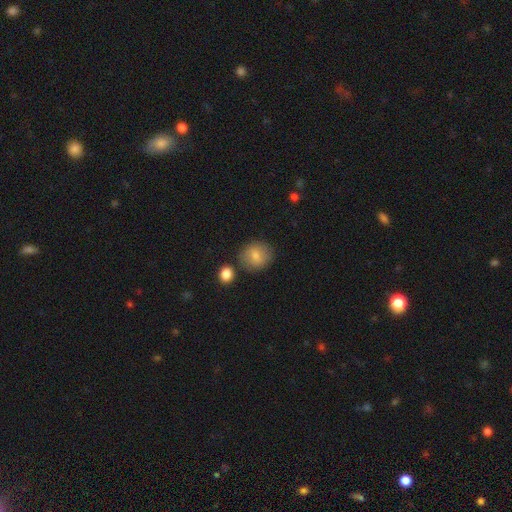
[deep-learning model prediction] Smooth or featured? Predicted: smooth (p=0.78). How rounded? Predicted: round (p=0.82). Merging? Predicted: none (p=0.78).